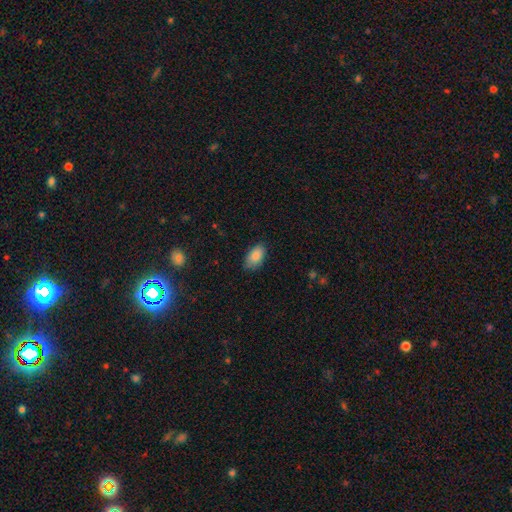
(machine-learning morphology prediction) Smooth or featured?
  - smooth: 86% *
  - star or artifact: 7%
  - featured or disk: 6%
How rounded?
  - in between: 93% *
  - round: 6%
  - cigar-shaped: 2%
Merging?
  - none: 78% *
  - minor disturbance: 18%
  - major disturbance: 3%
  - merger: 1%